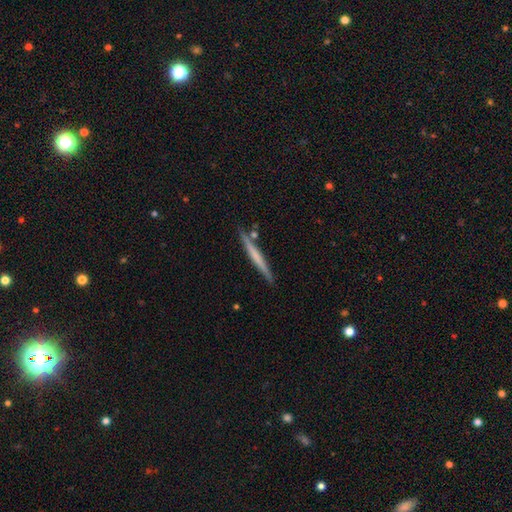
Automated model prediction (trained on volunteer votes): Smooth or featured? Predicted: featured or disk (p=0.47, tied with smooth). Merging? Predicted: none (p=0.86).